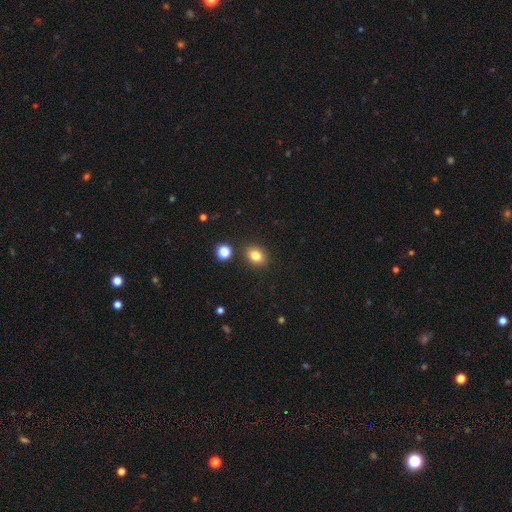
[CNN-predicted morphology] This appears to be a smooth galaxy with no disk features (82%) that is in between round and cigar-shaped (54%). Merging: none (85%).